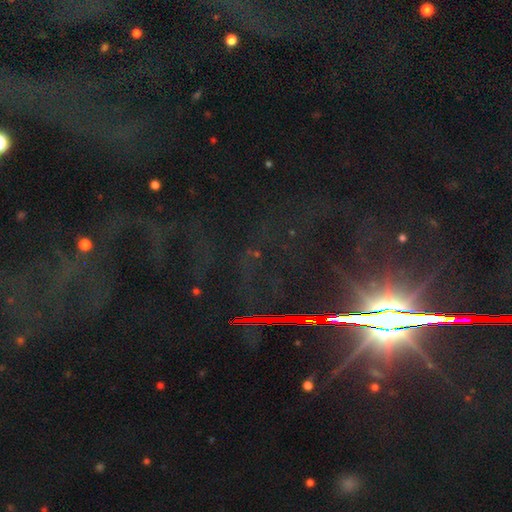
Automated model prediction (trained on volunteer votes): Smooth or featured? Predicted: star or artifact (p=0.80).